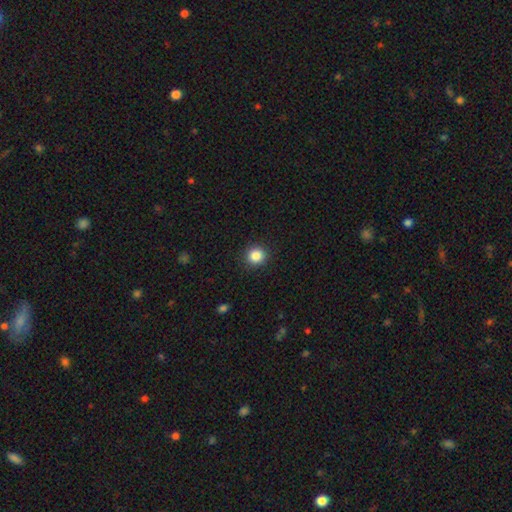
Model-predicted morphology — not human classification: smooth-or-featured: smooth: 86% | star or artifact: 10% | featured or disk: 4%
  how-rounded: round: 92% | in between: 7% | cigar-shaped: 1%
  merging: none: 91% | minor disturbance: 6% | major disturbance: 2% | merger: 1%